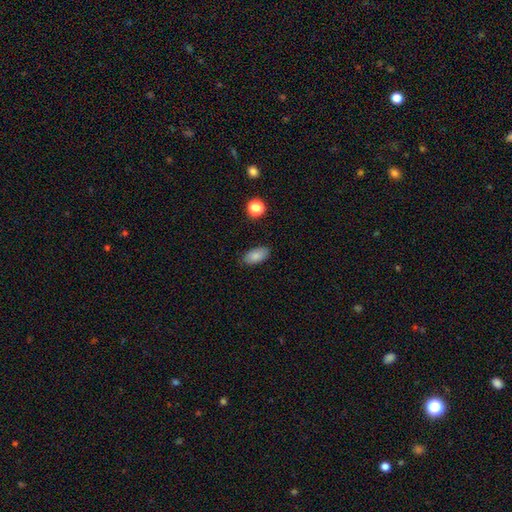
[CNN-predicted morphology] A smooth galaxy with no disk features (84%) that is in between round and cigar-shaped (92%). Merging: none (85%).